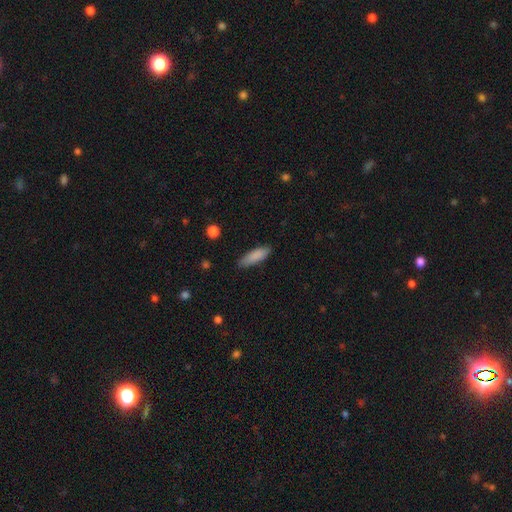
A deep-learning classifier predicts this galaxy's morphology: This appears to be a smooth galaxy with no disk features (86%) that is cigar-shaped (51%). Merging: none (83%).